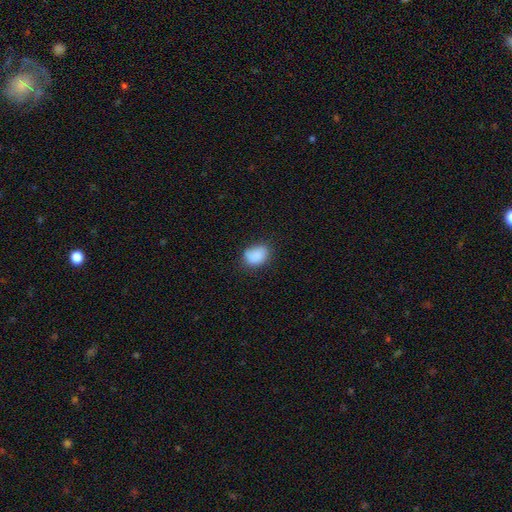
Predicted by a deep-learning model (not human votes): smooth-or-featured: smooth: 87% | star or artifact: 8% | featured or disk: 5%
  how-rounded: in between: 74% | round: 25% | cigar-shaped: 1%
  merging: none: 69% | minor disturbance: 24% | major disturbance: 6% | merger: 2%